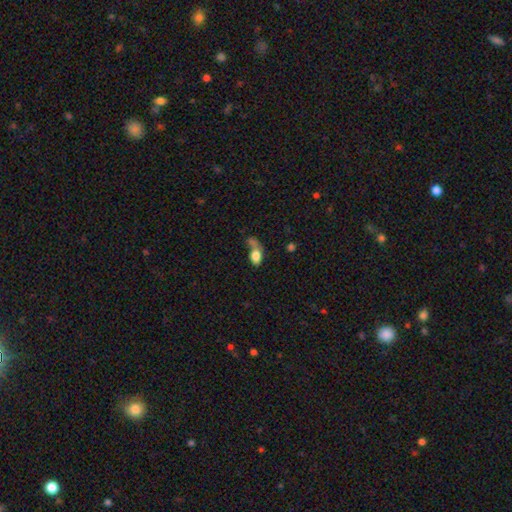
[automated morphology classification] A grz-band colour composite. It shows a smooth galaxy with no disk features (78%) that is in between round and cigar-shaped (82%). Merging: merger (32%).